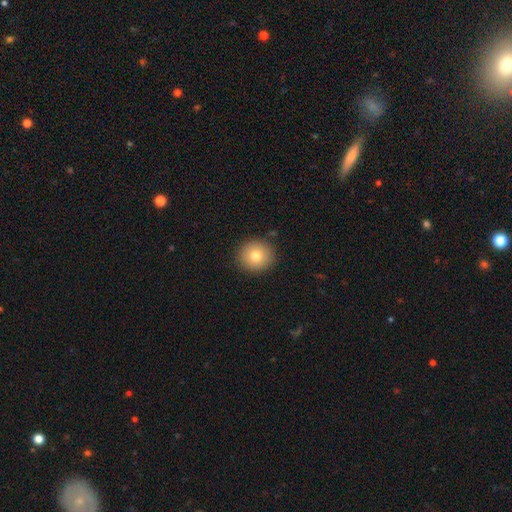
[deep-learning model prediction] A smooth galaxy with no disk features (78%) that is round (89%).

Vote fractions:
- Smooth or featured? smooth: 78% / featured or disk: 12% / star or artifact: 10%
- How rounded? round: 89% / in between: 10% / cigar-shaped: 1%
- Merging? none: 89% / minor disturbance: 7% / major disturbance: 2% / merger: 1%